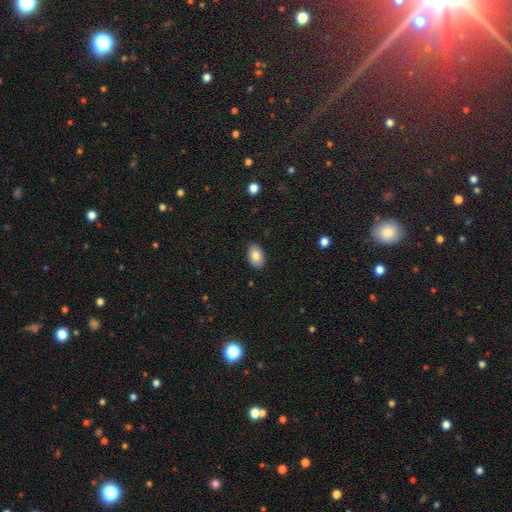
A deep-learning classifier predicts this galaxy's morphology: smooth 80%, featured or disk 12%, star or artifact 7%. Down the decision tree: how rounded — in between (88%); merging — none (88%).